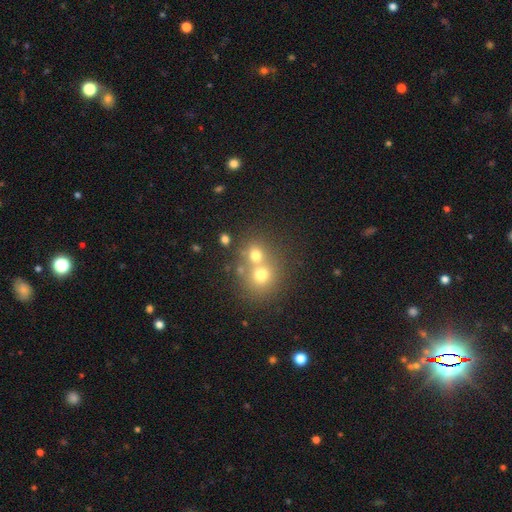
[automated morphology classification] Smooth or featured: smooth — 68% (featured or disk — 16%)
How rounded: round — 80% (in between — 19%)
Merging: merger — 52% (none — 39%)